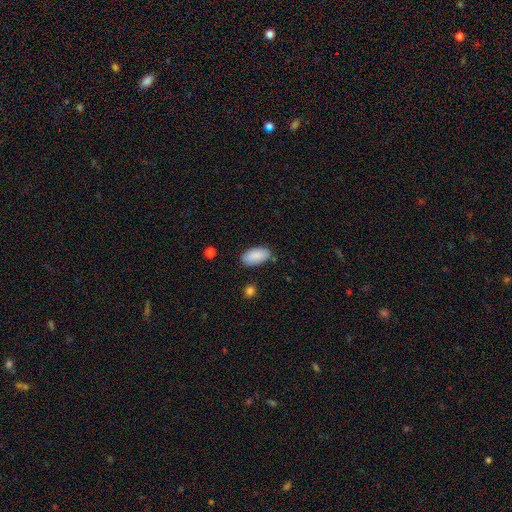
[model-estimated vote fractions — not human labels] Smooth or featured: smooth — 89% (star or artifact — 6%)
How rounded: in between — 94% (cigar-shaped — 4%)
Merging: none — 82% (minor disturbance — 13%)